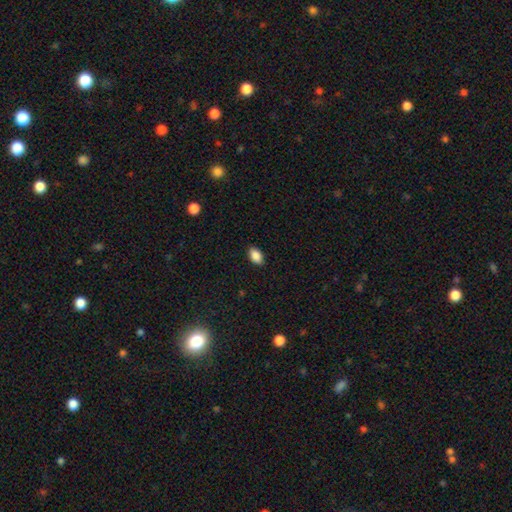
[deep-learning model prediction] smooth_or_featured: smooth (p=0.88) [alt: star or artifact p=0.08]
how_rounded: in between (p=0.91) [alt: round p=0.07]
merging: none (p=0.88) [alt: minor disturbance p=0.09]